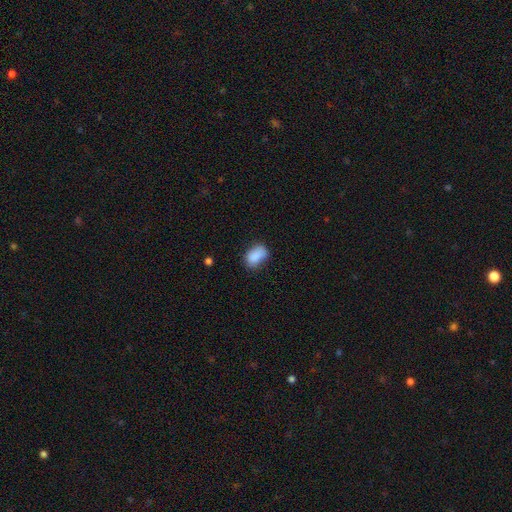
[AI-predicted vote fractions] Morphology: type=smooth (87%); roundness=in between (86%); merging=none (65%).